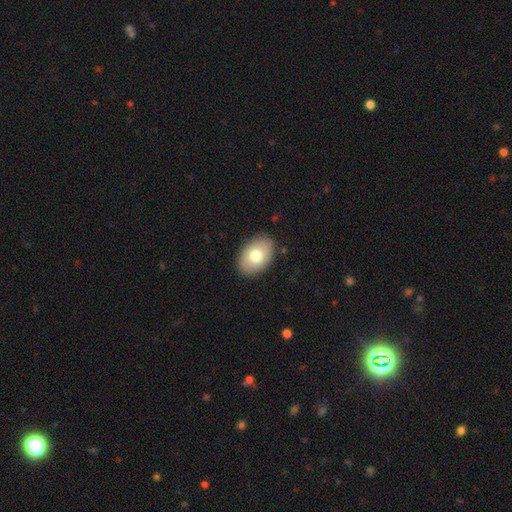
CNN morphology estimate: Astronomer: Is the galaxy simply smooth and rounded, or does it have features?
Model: smooth — 77%.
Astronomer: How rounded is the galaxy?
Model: in between — 86%.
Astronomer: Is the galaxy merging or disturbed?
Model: none — 88%.